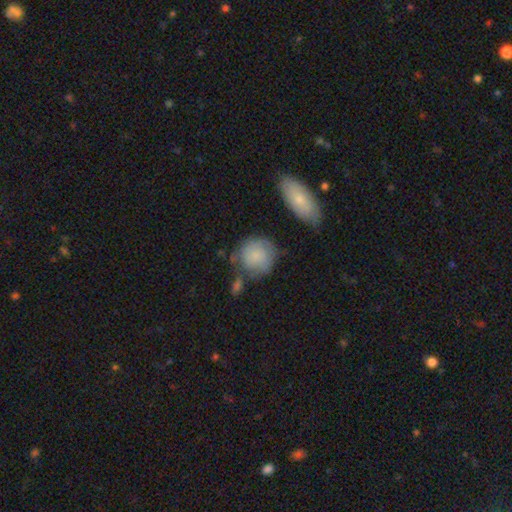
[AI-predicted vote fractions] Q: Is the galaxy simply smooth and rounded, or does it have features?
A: smooth — 68%.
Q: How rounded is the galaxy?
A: round — 85%.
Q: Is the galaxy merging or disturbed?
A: none — 54%.